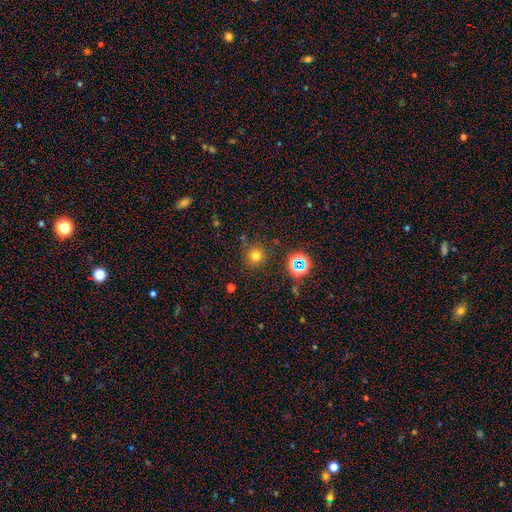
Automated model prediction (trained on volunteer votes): Smooth or featured? Predicted: smooth (p=0.71). How rounded? Predicted: round (p=0.94). Merging? Predicted: none (p=0.83).